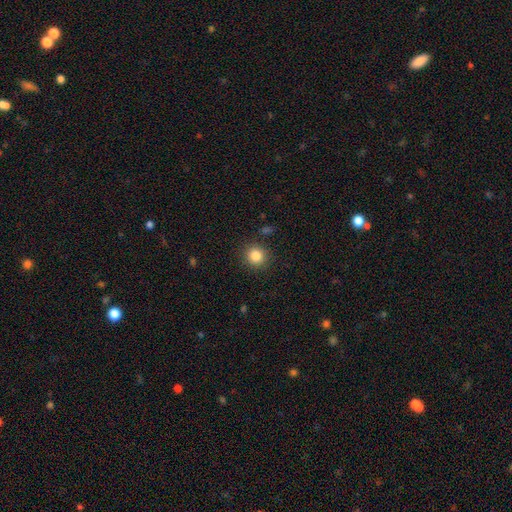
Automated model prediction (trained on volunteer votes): A smooth galaxy with no disk features (84%) that is round (90%). Merging: none (89%).